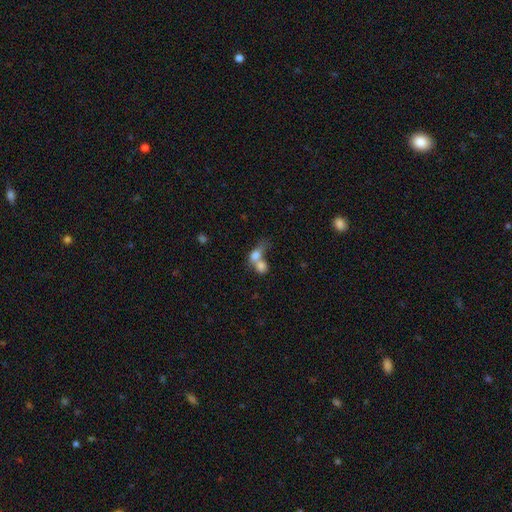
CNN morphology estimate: smooth_or_featured: smooth (p=0.73) [alt: featured or disk p=0.18]
how_rounded: in between (p=0.62) [alt: round p=0.33]
merging: merger (p=0.72) [alt: none p=0.15]